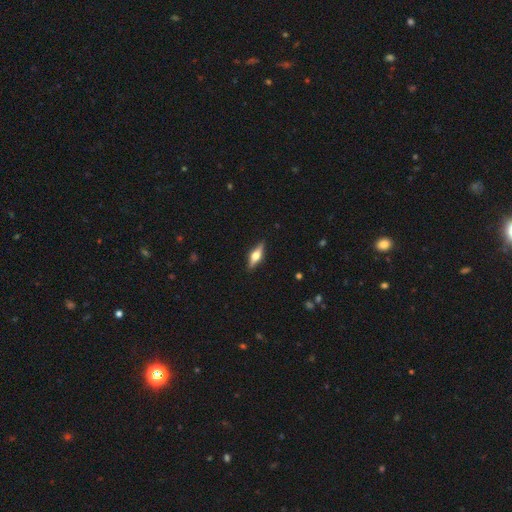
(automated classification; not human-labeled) This is likely a featured or disk galaxy (62%). It is clearly viewed edge-on (95%). Edge-on bulge: clearly rounded (93%). Merging: clearly none (89%).